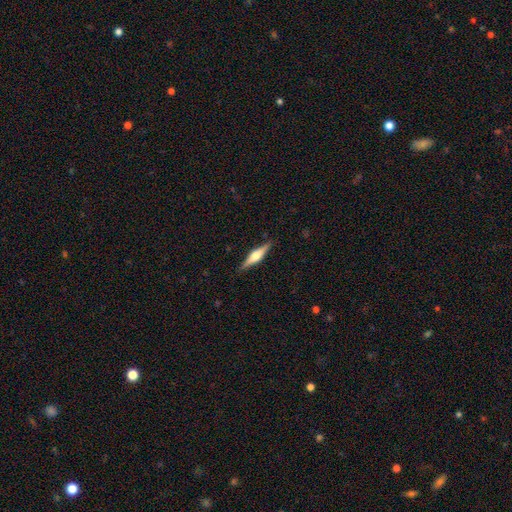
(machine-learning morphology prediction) smooth-or-featured: featured or disk: 68% | smooth: 26% | star or artifact: 5%
  disk-edge-on: yes: 97% | no: 3%
    edge-on-bulge: rounded: 89% | boxy: 9% | none: 3%
  merging: none: 89% | minor disturbance: 8% | major disturbance: 2% | merger: 1%